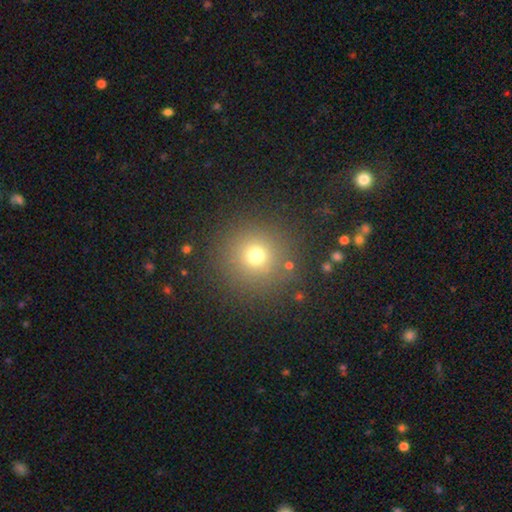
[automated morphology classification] A smooth galaxy with no disk features (70%) that is round (93%). Merging: none (86%).